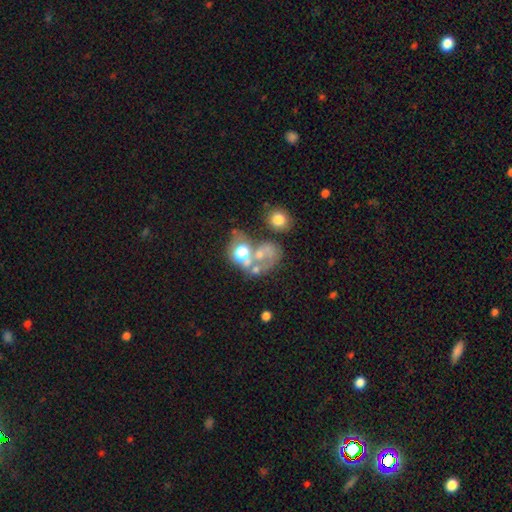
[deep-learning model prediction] smooth-or-featured: featured or disk: 39% | smooth: 37% | star or artifact: 24%
  merging: merger: 49% | none: 22% | major disturbance: 19% | minor disturbance: 10%